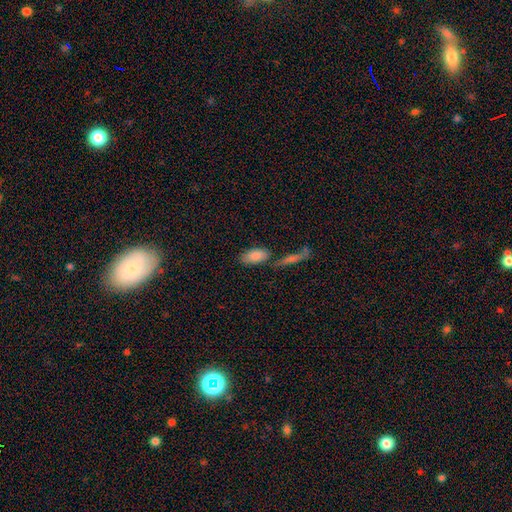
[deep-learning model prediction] Morphology: type=smooth (84%); roundness=in between (90%); merging=none (66%).